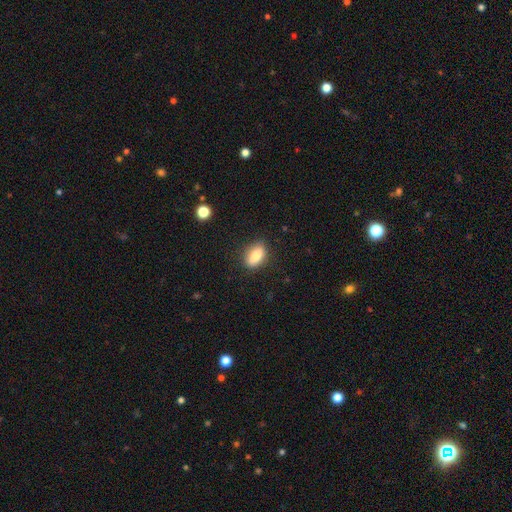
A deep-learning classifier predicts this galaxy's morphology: A smooth galaxy with no disk features (79%) that is in between round and cigar-shaped (82%). Merging: none (84%).